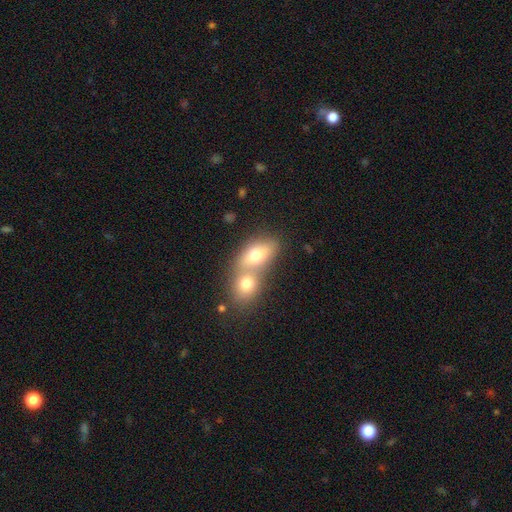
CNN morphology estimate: The model was most divided on "merging": merger: 67%, none: 24%, minor disturbance: 6%, major disturbance: 3%. More confident: how rounded — in between (74%); smooth or featured — smooth (71%).